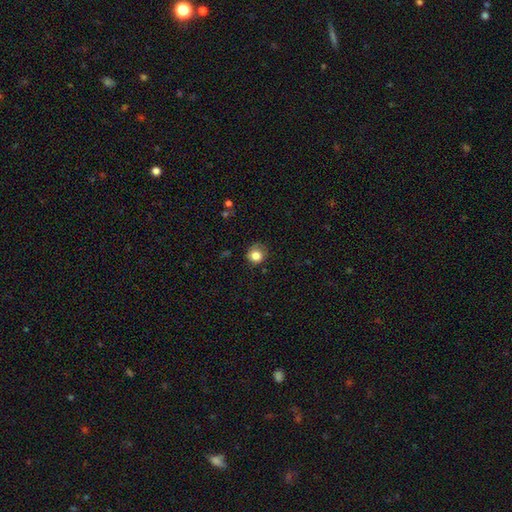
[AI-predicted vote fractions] A smooth galaxy with no disk features (81%) that is round (85%).

Vote fractions:
- Smooth or featured? smooth: 81% / star or artifact: 10% / featured or disk: 9%
- How rounded? round: 85% / in between: 14% / cigar-shaped: 1%
- Merging? none: 67% / minor disturbance: 24% / major disturbance: 8% / merger: 2%